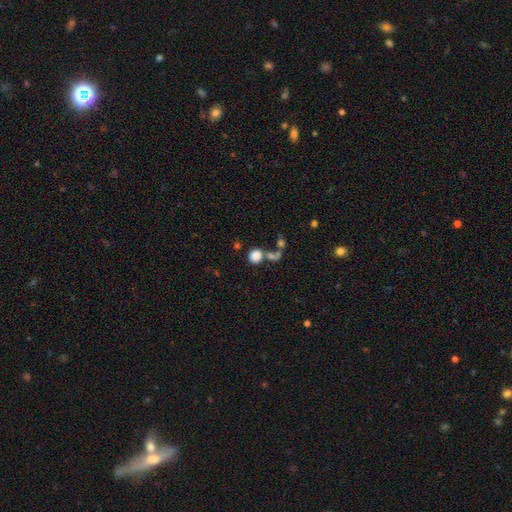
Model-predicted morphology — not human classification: A smooth galaxy with no disk features (81%) that is round (80%). Merging: none (46%).